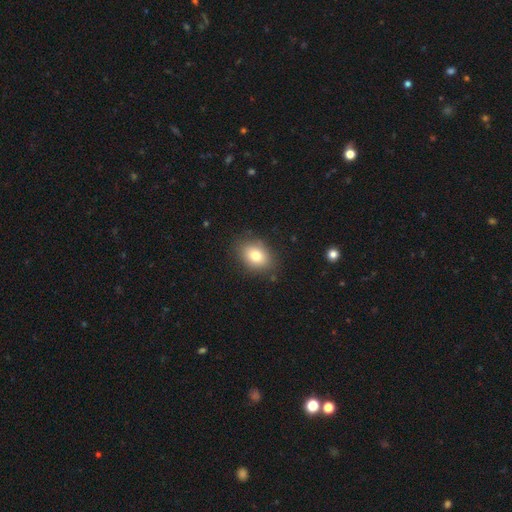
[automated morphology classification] This appears to be a smooth galaxy with no disk features (78%) that is in between round and cigar-shaped (68%). Merging: none (83%).